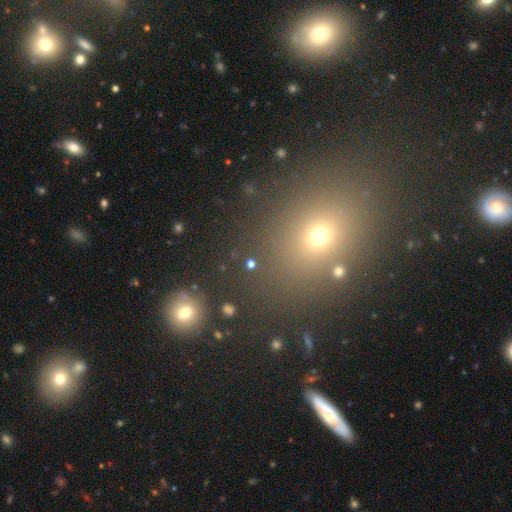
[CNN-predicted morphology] Smooth or featured? Predicted: smooth (p=0.55). How rounded? Predicted: in between (p=0.53). Merging? Predicted: none (p=0.83).